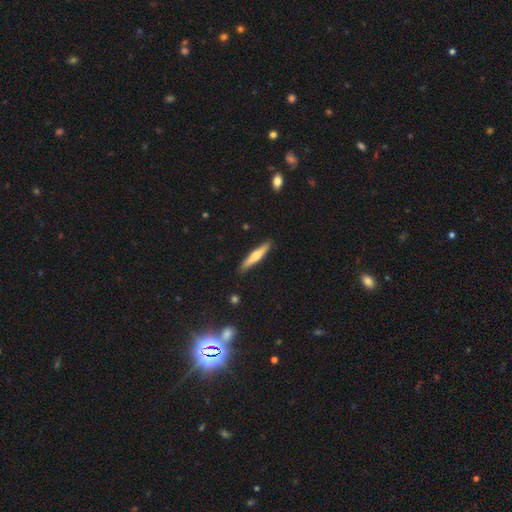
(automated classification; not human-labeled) smooth 53%, featured or disk 42%, star or artifact 5%. Down the decision tree: how rounded — cigar-shaped (90%); merging — none (89%).